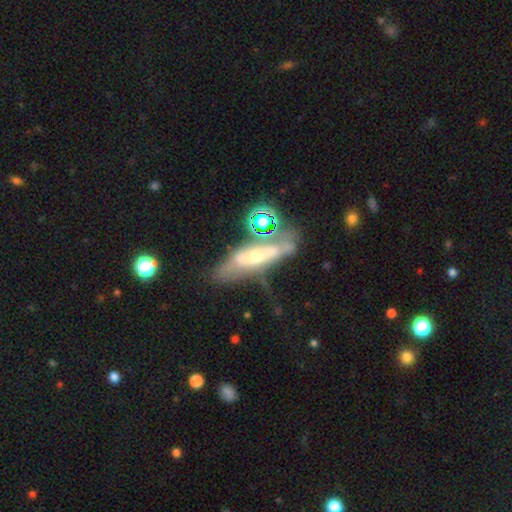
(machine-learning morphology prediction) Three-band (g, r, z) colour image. It shows a featured or disk galaxy (60%) viewed edge-on (52%). Merging: none (40%).